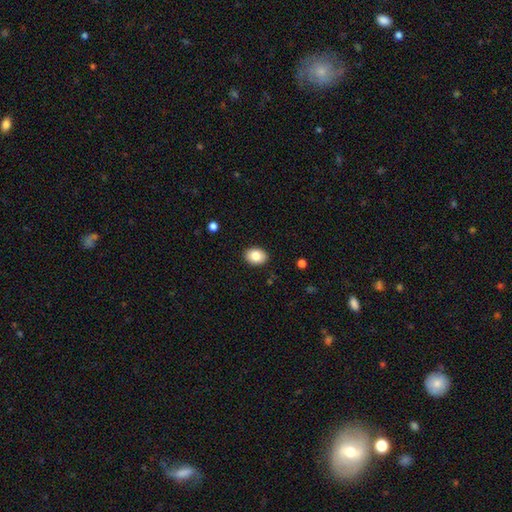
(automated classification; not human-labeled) Smooth or featured? Predicted: smooth (p=0.83). How rounded? Predicted: in between (p=0.71). Merging? Predicted: none (p=0.89).